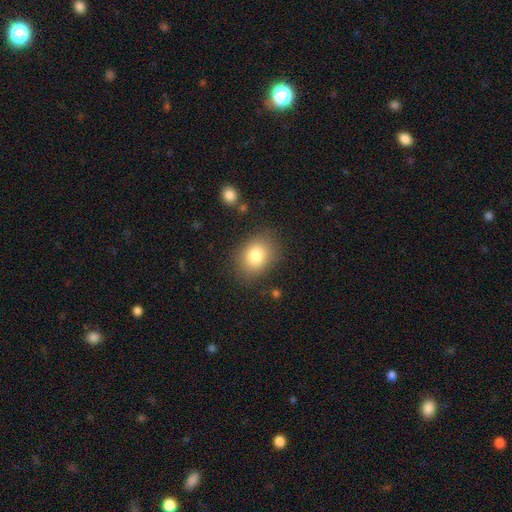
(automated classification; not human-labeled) This appears to be a smooth galaxy with no disk features (80%) that is in between round and cigar-shaped (57%). Merging: none (82%).